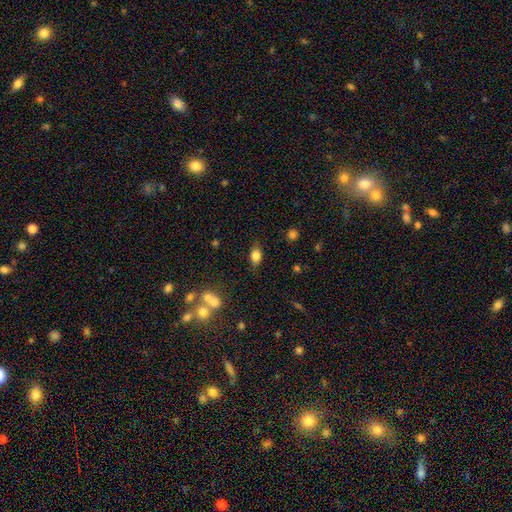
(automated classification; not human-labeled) Smooth or featured? Predicted: smooth (p=0.80). How rounded? Predicted: in between (p=0.79). Merging? Predicted: none (p=0.78).